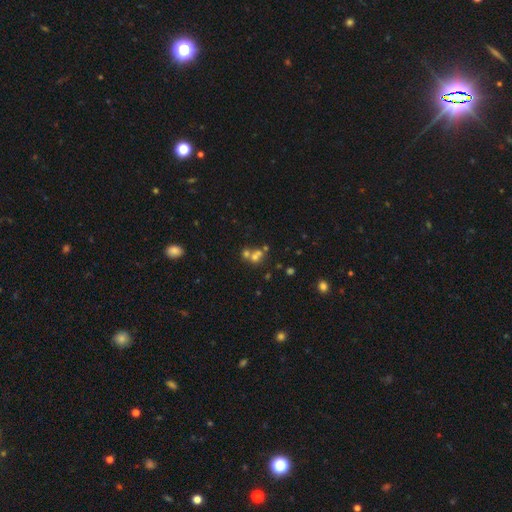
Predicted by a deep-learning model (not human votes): The model was most divided on "merging": merger: 56%, none: 33%, minor disturbance: 7%, major disturbance: 5%. More confident: how rounded — round (74%); smooth or featured — smooth (53%).